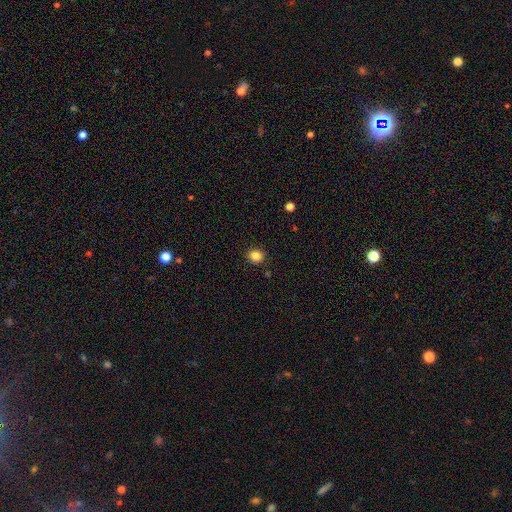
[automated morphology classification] smooth-or-featured: smooth: 84% | star or artifact: 11% | featured or disk: 5%
  how-rounded: round: 87% | in between: 12% | cigar-shaped: 1%
  merging: none: 91% | minor disturbance: 6% | major disturbance: 2% | merger: 1%